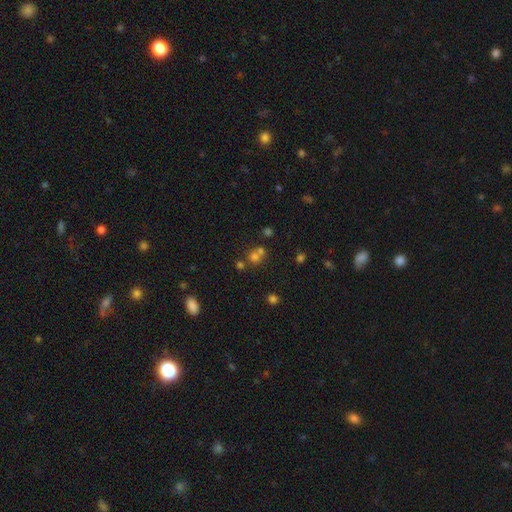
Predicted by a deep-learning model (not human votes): This is likely a smooth galaxy (63%). How rounded: clearly round (84%). Merging: possibly merger (45%, tied with none).